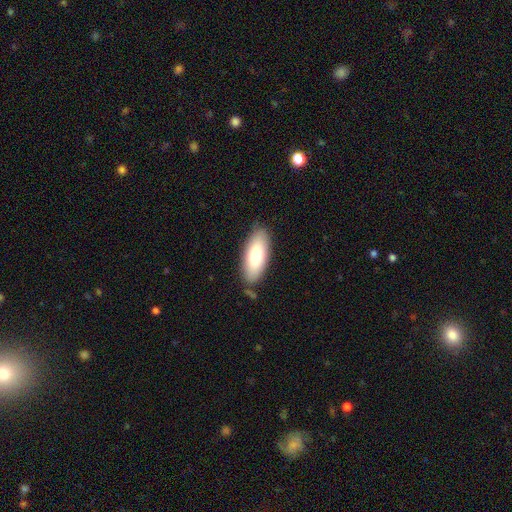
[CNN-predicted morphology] This appears to be a smooth galaxy with no disk features (77%) that is in between round and cigar-shaped (81%). Merging: none (82%).